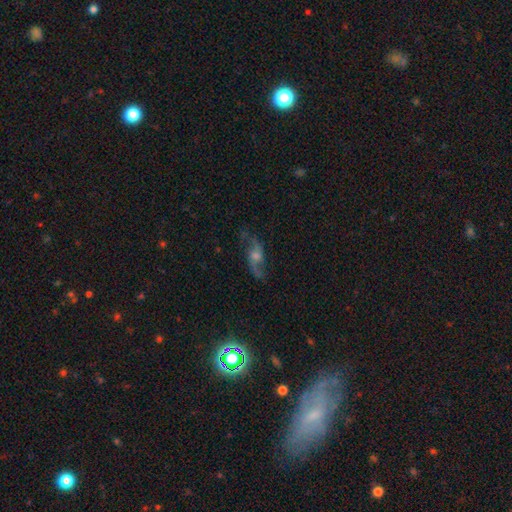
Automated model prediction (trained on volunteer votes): The model was most divided on "bulge size": moderate: 48%, small: 35%, none: 8%, large: 8%, dominant: 2%. More confident: spiral arms — yes (94%); spiral arm count — 2 (91%); edge-on disk — no (90%); spiral winding — loose (79%); smooth or featured — featured or disk (77%); merging — none (72%); bar — no (60%).